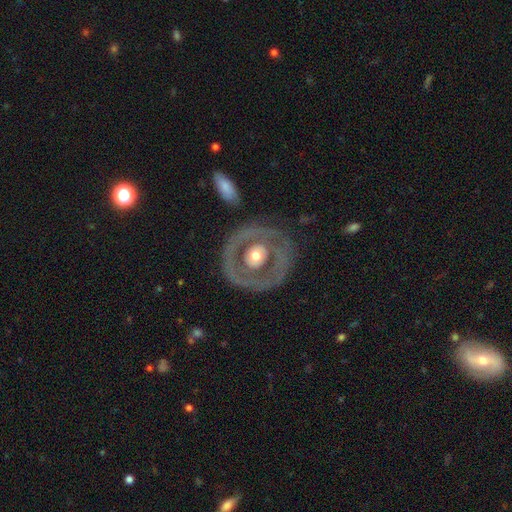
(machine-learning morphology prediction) This appears to be a featured or disk galaxy (67%) with no bar (84%), no spiral arms (75%) and a moderate central bulge (69%). Merging: none (73%).